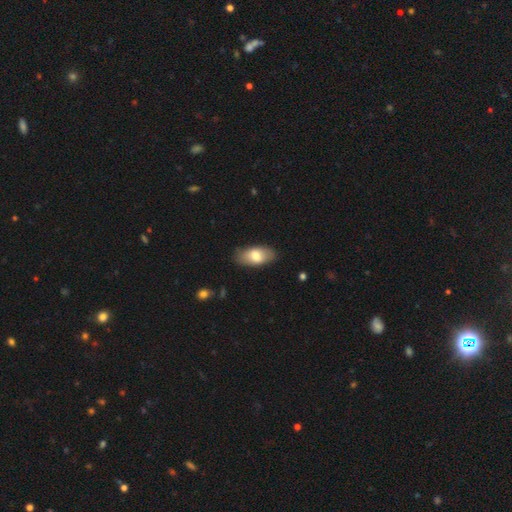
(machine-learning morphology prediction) smooth-or-featured: smooth: 74% | featured or disk: 20% | star or artifact: 6%
  how-rounded: in between: 92% | cigar-shaped: 5% | round: 3%
  merging: none: 84% | minor disturbance: 12% | major disturbance: 3% | merger: 1%